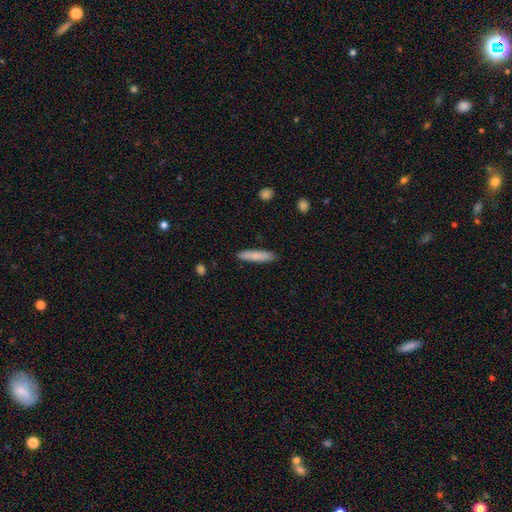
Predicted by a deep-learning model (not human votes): The model was most divided on "smooth or featured": smooth: 82%, featured or disk: 12%, star or artifact: 6%. More confident: merging — none (89%); how rounded — cigar-shaped (85%).